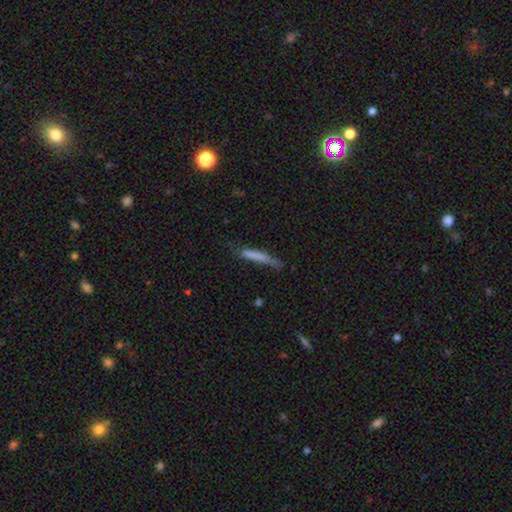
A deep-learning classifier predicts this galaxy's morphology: Smooth or featured? Predicted: smooth (p=0.73). How rounded? Predicted: cigar-shaped (p=0.93). Merging? Predicted: none (p=0.55).